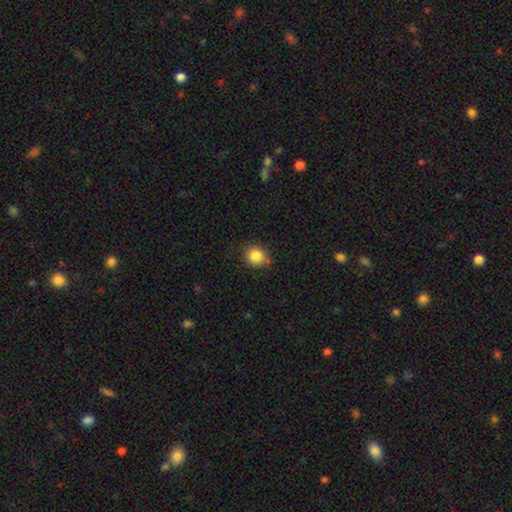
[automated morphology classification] A smooth galaxy with no disk features (84%) that is round (79%). Merging: none (75%).